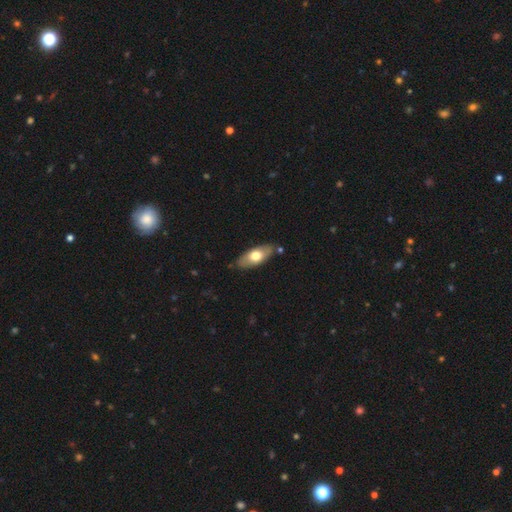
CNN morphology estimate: Smooth or featured? Predicted: smooth (p=0.61). How rounded? Predicted: in between (p=0.83). Merging? Predicted: none (p=0.81).